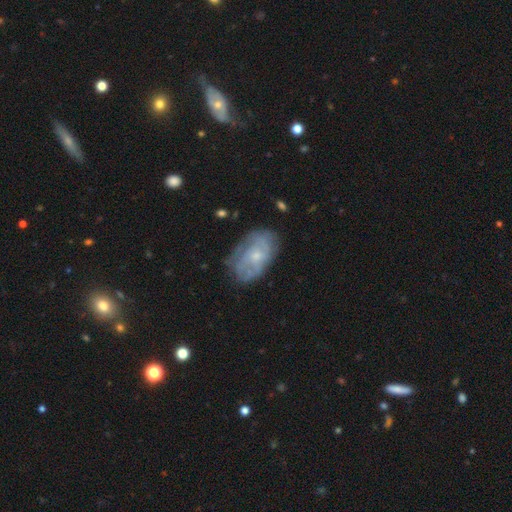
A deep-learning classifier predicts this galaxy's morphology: A featured or disk galaxy (64%) with no bar (79%), spiral arms (66%) and a small central bulge (58%). Merging: none (65%).